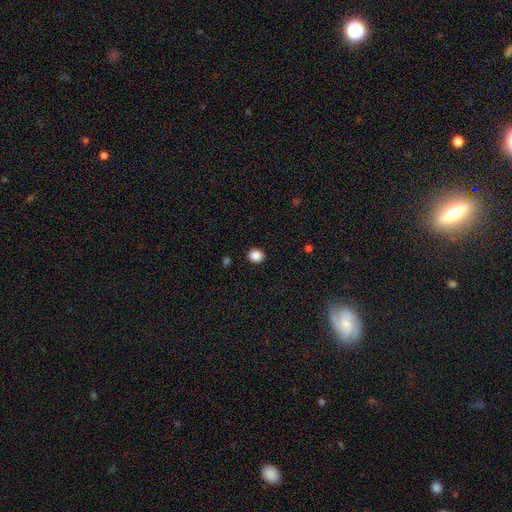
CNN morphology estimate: Smooth or featured?
  - smooth: 87% *
  - star or artifact: 10%
  - featured or disk: 3%
How rounded?
  - round: 82% *
  - in between: 17%
  - cigar-shaped: 1%
Merging?
  - none: 92% *
  - minor disturbance: 5%
  - major disturbance: 2%
  - merger: 1%